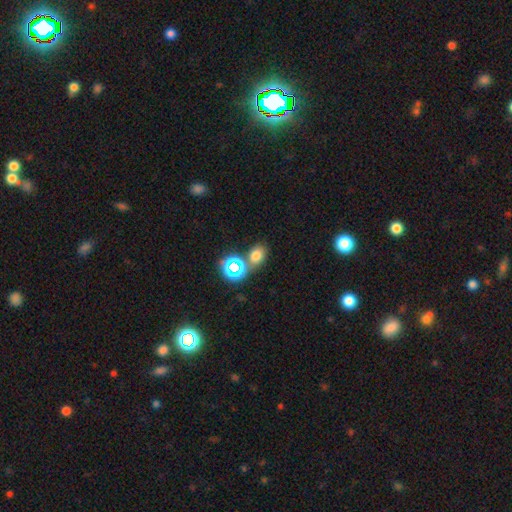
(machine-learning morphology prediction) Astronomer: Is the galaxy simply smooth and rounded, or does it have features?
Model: smooth — 68%.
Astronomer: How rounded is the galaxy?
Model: in between — 62% (runner-up: round, 37%).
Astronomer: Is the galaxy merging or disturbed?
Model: none — 65%.